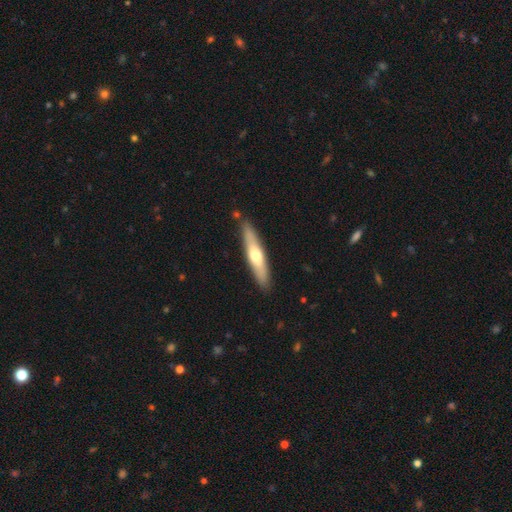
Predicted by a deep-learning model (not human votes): The model was most divided on "smooth or featured": smooth: 51%, featured or disk: 44%, star or artifact: 5%. More confident: merging — none (86%); how rounded — cigar-shaped (84%).